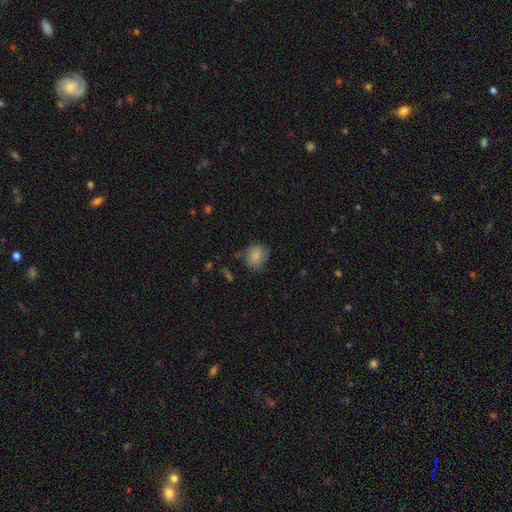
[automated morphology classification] The model was most divided on "how rounded": round: 68%, in between: 31%, cigar-shaped: 1%. More confident: smooth or featured — smooth (83%); merging — none (69%).